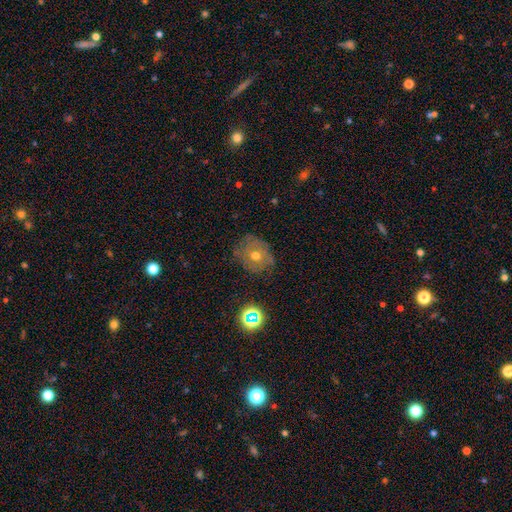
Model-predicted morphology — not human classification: Smooth or featured?
  - featured or disk: 43% *
  - smooth: 40%
  - star or artifact: 17%
Merging?
  - none: 68% *
  - minor disturbance: 22%
  - major disturbance: 9%
  - merger: 2%